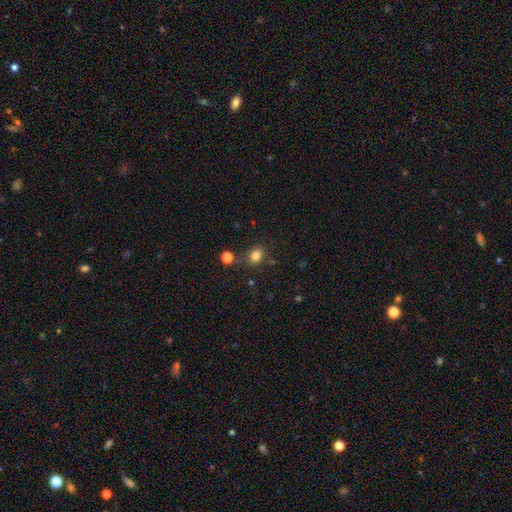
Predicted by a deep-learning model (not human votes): A smooth galaxy with no disk features (81%) that is round (54%).

Vote fractions:
- Smooth or featured? smooth: 81% / star or artifact: 13% / featured or disk: 6%
- How rounded? round: 54% / in between: 45% / cigar-shaped: 1%
- Merging? none: 76% / minor disturbance: 13% / merger: 7% / major disturbance: 4%